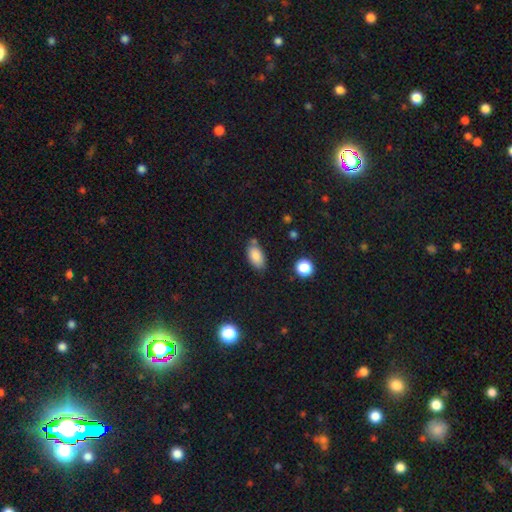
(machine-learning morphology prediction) Q: Smooth or featured?
A: smooth (85%); runner-up: star or artifact (8%)
Q: How rounded?
A: in between (92%); runner-up: cigar-shaped (4%)
Q: Merging?
A: none (70%); runner-up: minor disturbance (18%)